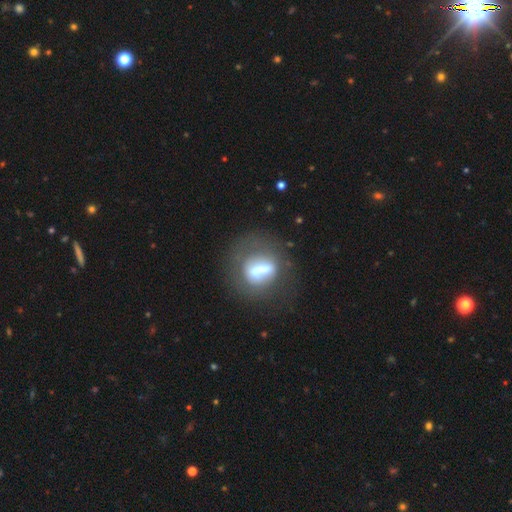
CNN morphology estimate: smooth 46%, featured or disk 30%, star or artifact 24%. Down the decision tree: merging — none (82%).